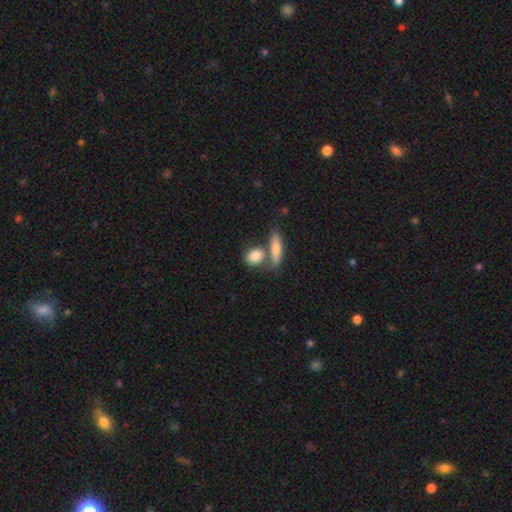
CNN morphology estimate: smooth-or-featured: smooth: 83% | featured or disk: 10% | star or artifact: 6%
  how-rounded: in between: 54% | round: 33% | cigar-shaped: 13%
  merging: none: 52% | merger: 32% | minor disturbance: 12% | major disturbance: 4%